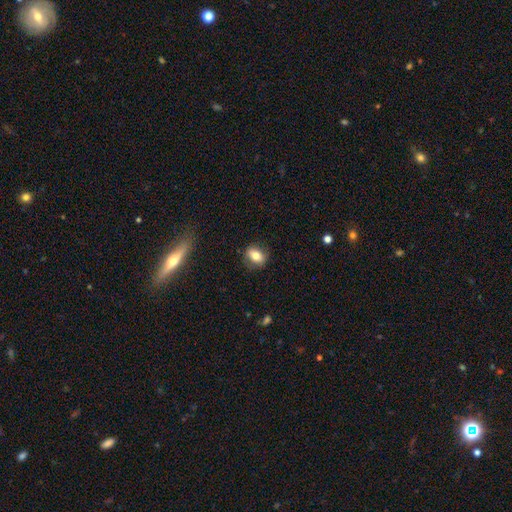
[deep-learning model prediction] A smooth galaxy with no disk features (72%) that is in between round and cigar-shaped (66%). Merging: none (80%).